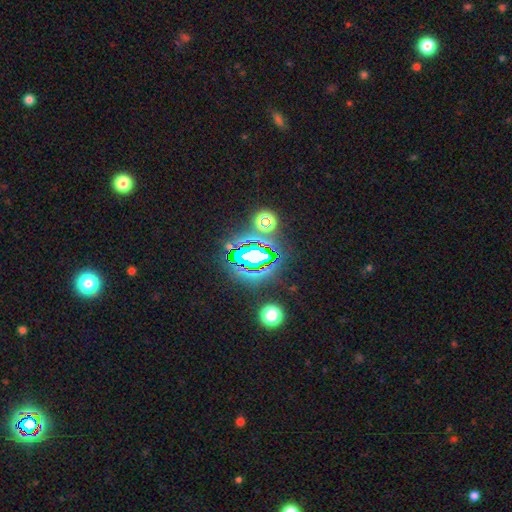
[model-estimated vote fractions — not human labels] smooth-or-featured: star or artifact: 68% | smooth: 19% | featured or disk: 13%